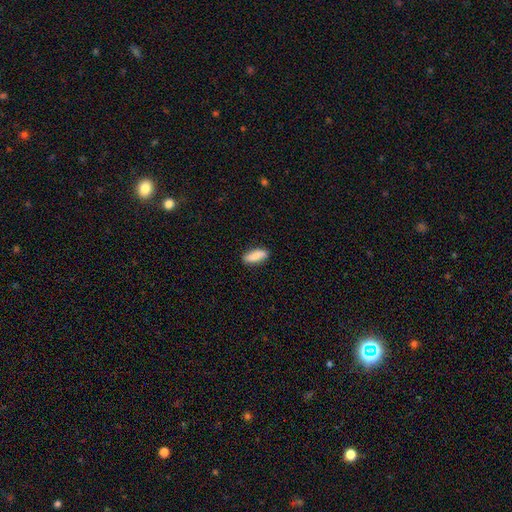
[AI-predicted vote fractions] smooth-or-featured: smooth: 87% | featured or disk: 7% | star or artifact: 6%
  how-rounded: in between: 69% | cigar-shaped: 29% | round: 2%
  merging: none: 84% | minor disturbance: 12% | major disturbance: 2% | merger: 1%